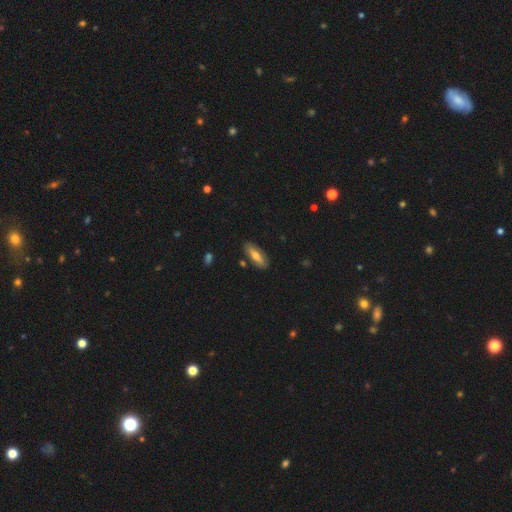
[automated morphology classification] A smooth galaxy with no disk features (62%) that is in between round and cigar-shaped (64%). Merging: none (84%).